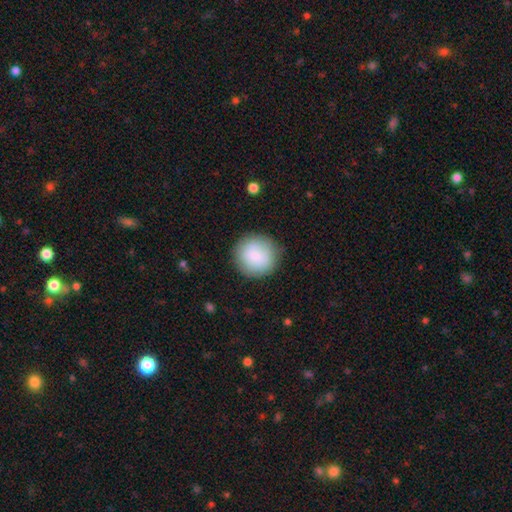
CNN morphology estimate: A smooth galaxy with no disk features (82%) that is round (93%).

Vote fractions:
- Smooth or featured? smooth: 82% / featured or disk: 12% / star or artifact: 7%
- How rounded? round: 93% / in between: 6% / cigar-shaped: 1%
- Merging? none: 85% / minor disturbance: 10% / major disturbance: 3% / merger: 2%